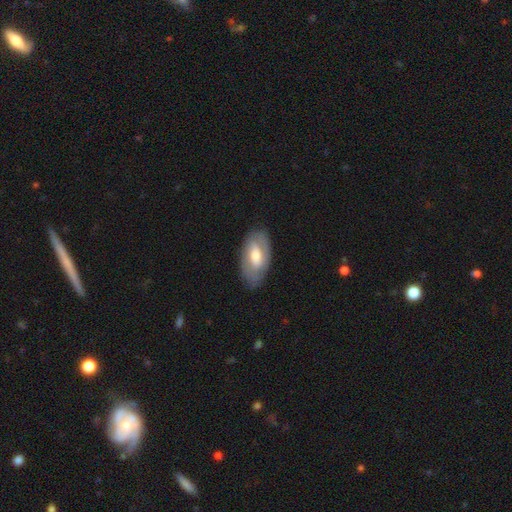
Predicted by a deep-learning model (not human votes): Q: Smooth or featured?
A: featured or disk (48%); runner-up: smooth (46%)
Q: Merging?
A: none (80%); runner-up: minor disturbance (15%)